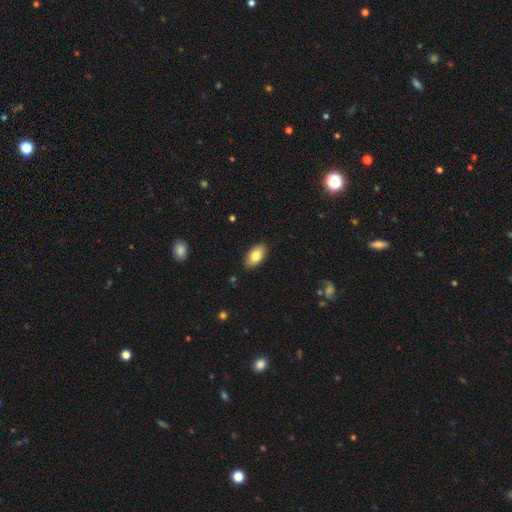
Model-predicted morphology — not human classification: Smooth or featured? smooth (82%)
How rounded? in between (94%)
Merging? none (87%)